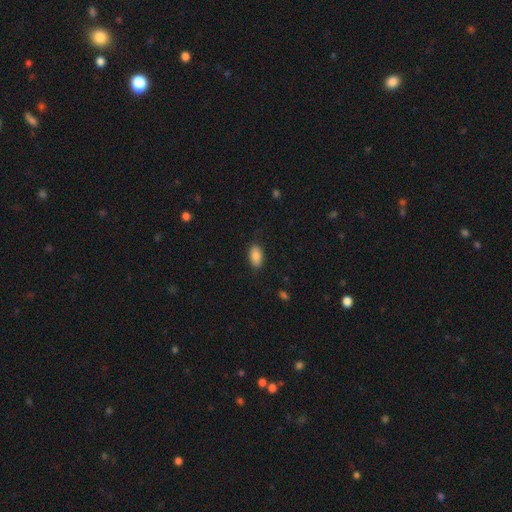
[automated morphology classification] This is clearly a smooth galaxy (87%). How rounded: clearly in between (92%). Merging: clearly none (85%).